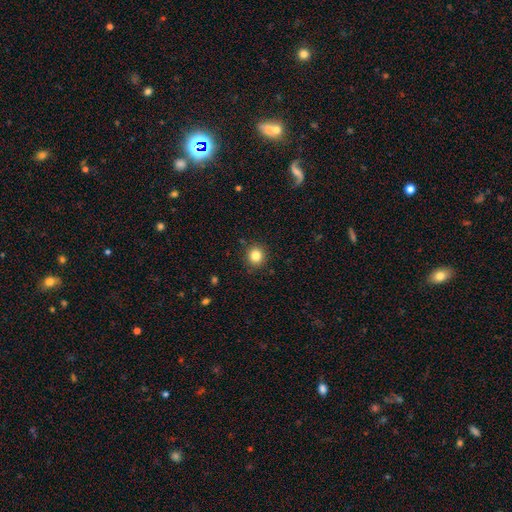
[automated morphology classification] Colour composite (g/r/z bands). It shows a smooth galaxy with no disk features (83%) that is round (92%). Merging: none (90%).